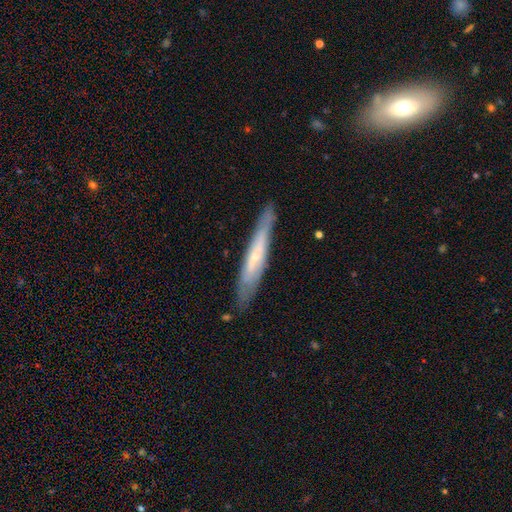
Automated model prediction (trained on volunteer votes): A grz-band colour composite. It shows a featured or disk galaxy (60%) viewed edge-on (73%). Merging: none (82%).